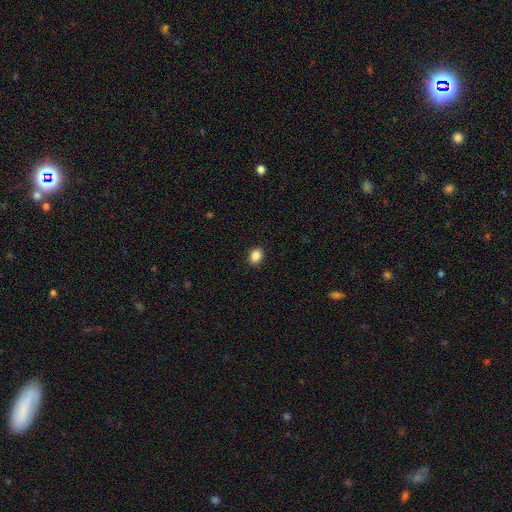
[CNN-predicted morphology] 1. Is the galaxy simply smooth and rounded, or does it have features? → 88% smooth, 9% star or artifact, 3% featured or disk.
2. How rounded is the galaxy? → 69% in between, 30% round, 1% cigar-shaped.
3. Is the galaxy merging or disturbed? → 91% none, 7% minor disturbance, 2% major disturbance, 1% merger.